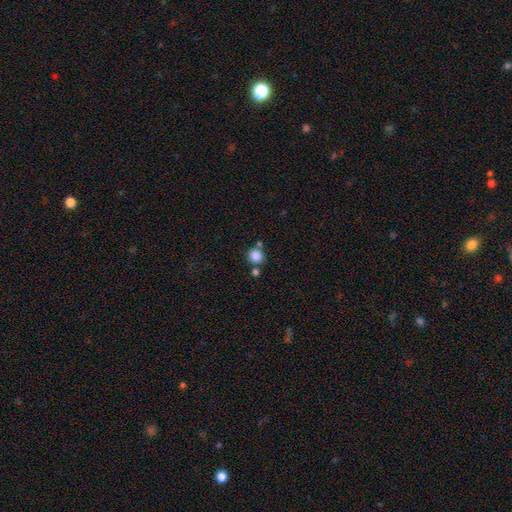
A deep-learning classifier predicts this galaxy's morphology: Smooth or featured: smooth — 84% (star or artifact — 11%)
How rounded: round — 79% (in between — 20%)
Merging: none — 66% (merger — 18%)